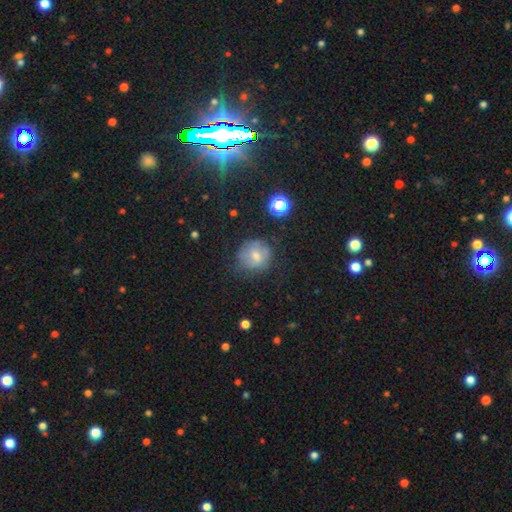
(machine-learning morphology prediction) smooth_or_featured: smooth (p=0.64) [alt: featured or disk p=0.23]
how_rounded: round (p=0.83) [alt: in between p=0.16]
merging: none (p=0.59) [alt: minor disturbance p=0.25]